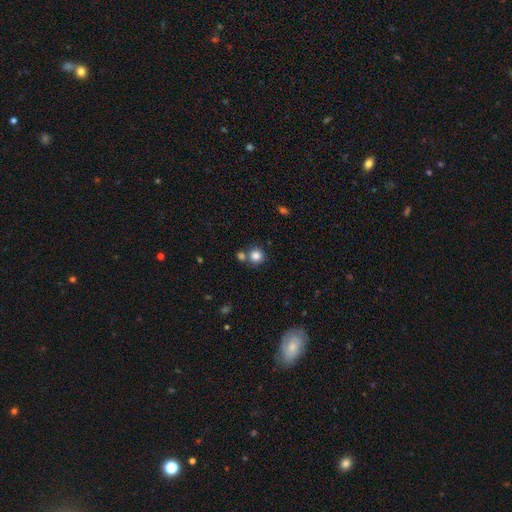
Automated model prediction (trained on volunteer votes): Morphology: type=smooth (84%); roundness=round (91%); merging=none (66%).